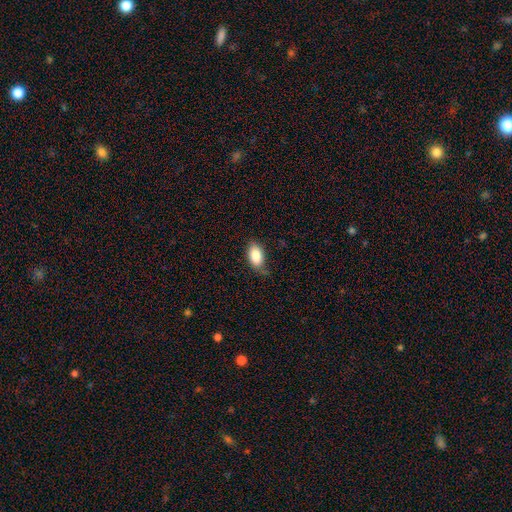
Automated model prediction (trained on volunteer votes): Q: Smooth or featured?
A: smooth (86%); runner-up: featured or disk (8%)
Q: How rounded?
A: in between (93%); runner-up: round (5%)
Q: Merging?
A: none (66%); runner-up: minor disturbance (26%)